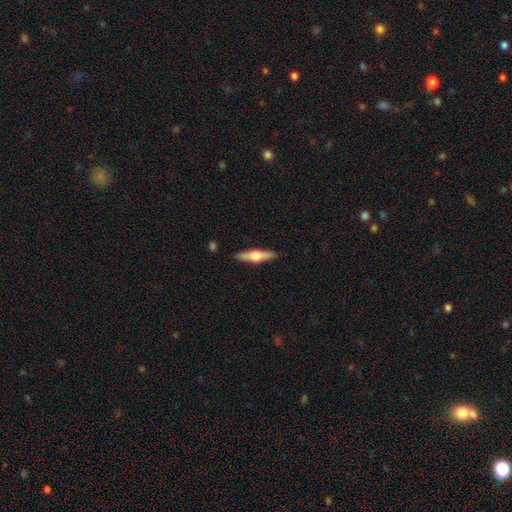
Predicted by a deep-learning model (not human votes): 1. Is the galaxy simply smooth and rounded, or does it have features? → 50% featured or disk, 45% smooth, 6% star or artifact.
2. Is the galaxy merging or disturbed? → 89% none, 8% minor disturbance, 2% major disturbance, 1% merger.